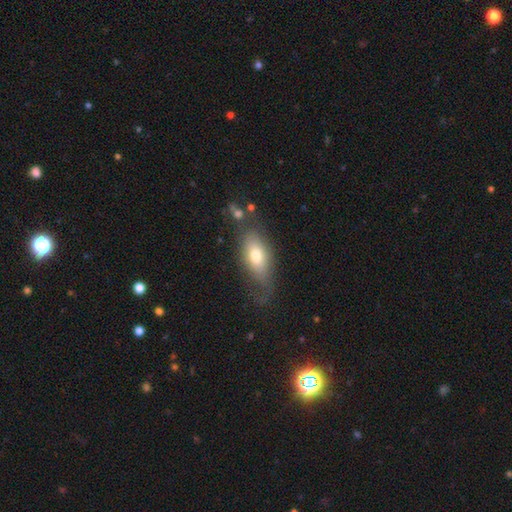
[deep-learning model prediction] A smooth galaxy with no disk features (65%) that is in between round and cigar-shaped (84%).

Vote fractions:
- Smooth or featured? smooth: 65% / featured or disk: 28% / star or artifact: 8%
- How rounded? in between: 84% / cigar-shaped: 11% / round: 5%
- Merging? none: 50% / minor disturbance: 27% / major disturbance: 18% / merger: 5%